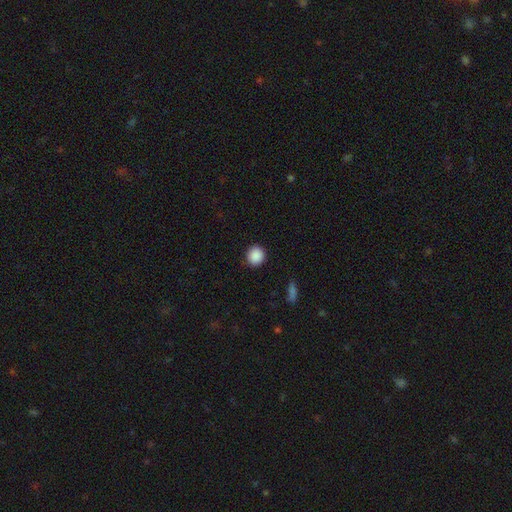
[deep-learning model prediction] This is clearly a smooth galaxy (89%). How rounded: clearly round (88%). Merging: clearly none (91%).